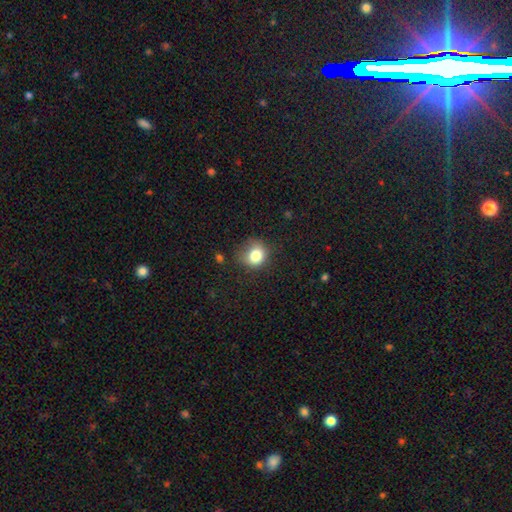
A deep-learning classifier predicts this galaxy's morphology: Overall: smooth (81%). How rounded: round (75%). Merging: none (62%; minor disturbance 27%).